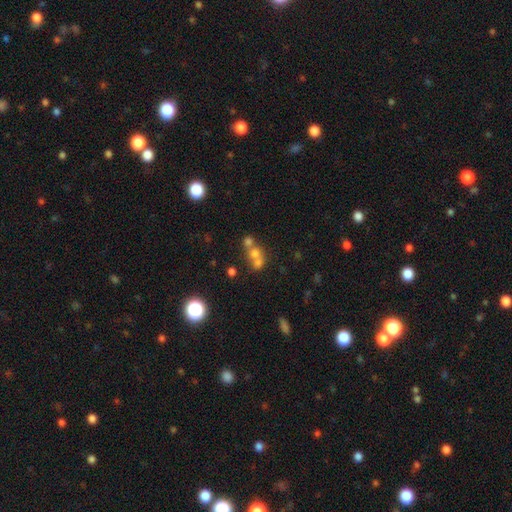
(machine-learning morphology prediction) A smooth galaxy with no disk features (61%) that is round (77%).

Vote fractions:
- Smooth or featured? smooth: 61% / featured or disk: 20% / star or artifact: 19%
- How rounded? round: 77% / in between: 21% / cigar-shaped: 1%
- Merging? merger: 56% / none: 34% / minor disturbance: 6% / major disturbance: 4%